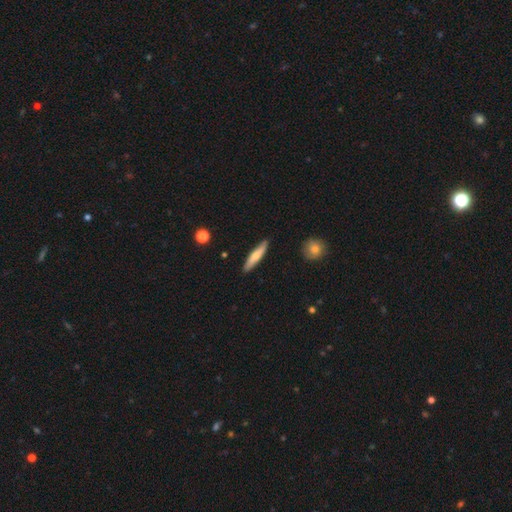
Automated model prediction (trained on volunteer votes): Morphology: type=smooth (61%); roundness=cigar-shaped (87%); merging=none (89%).